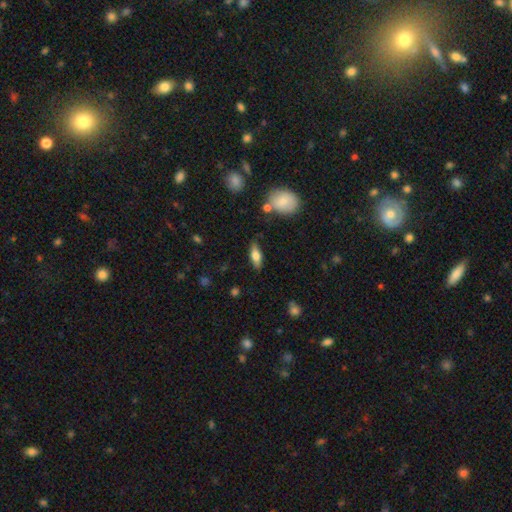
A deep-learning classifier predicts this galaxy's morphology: Smooth or featured: smooth — 62% (featured or disk — 31%)
How rounded: in between — 65% (cigar-shaped — 32%)
Merging: none — 82% (minor disturbance — 12%)